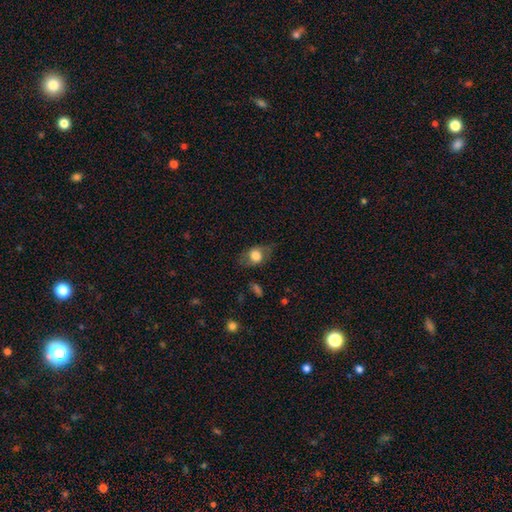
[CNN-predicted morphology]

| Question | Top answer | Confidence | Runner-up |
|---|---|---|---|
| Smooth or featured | smooth | 67% | featured or disk (24%) |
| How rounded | in between | 68% | round (29%) |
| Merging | none | 68% | minor disturbance (21%) |